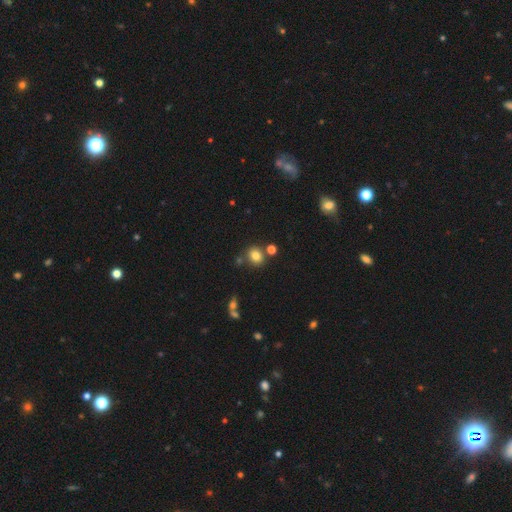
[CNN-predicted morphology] This appears to be a smooth galaxy with no disk features (80%) that is round (69%). Merging: none (73%).